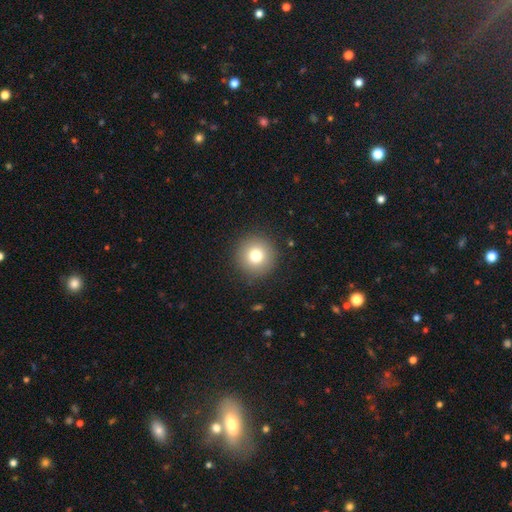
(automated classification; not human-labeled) Smooth or featured: smooth — 77% (star or artifact — 12%)
How rounded: round — 96% (in between — 3%)
Merging: none — 91% (minor disturbance — 6%)